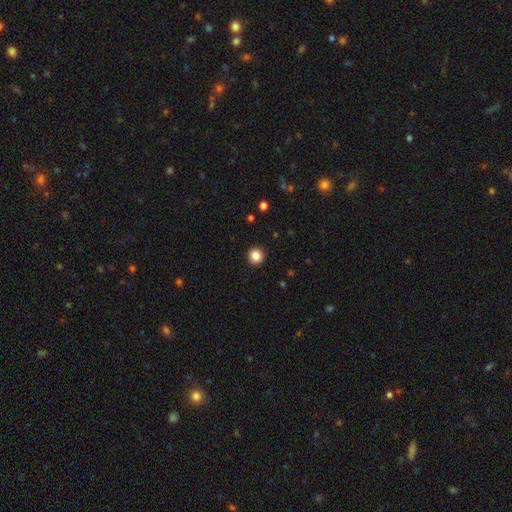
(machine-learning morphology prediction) smooth_or_featured: smooth (p=0.85) [alt: star or artifact p=0.10]
how_rounded: round (p=0.91) [alt: in between p=0.08]
merging: none (p=0.93) [alt: minor disturbance p=0.05]